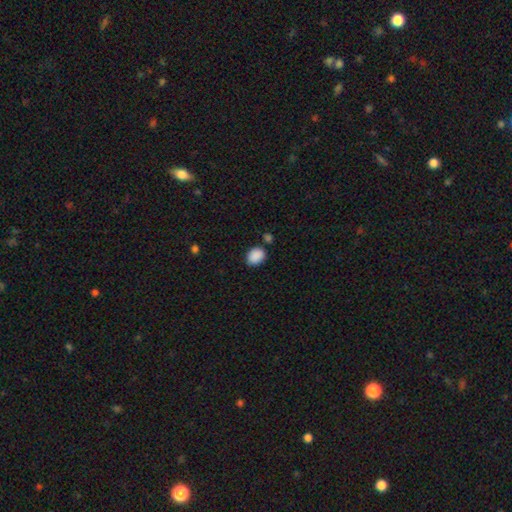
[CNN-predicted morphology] A smooth galaxy with no disk features (89%) that is in between round and cigar-shaped (64%).

Vote fractions:
- Smooth or featured? smooth: 89% / star or artifact: 8% / featured or disk: 3%
- How rounded? in between: 64% / round: 35% / cigar-shaped: 1%
- Merging? none: 80% / minor disturbance: 12% / merger: 5% / major disturbance: 3%